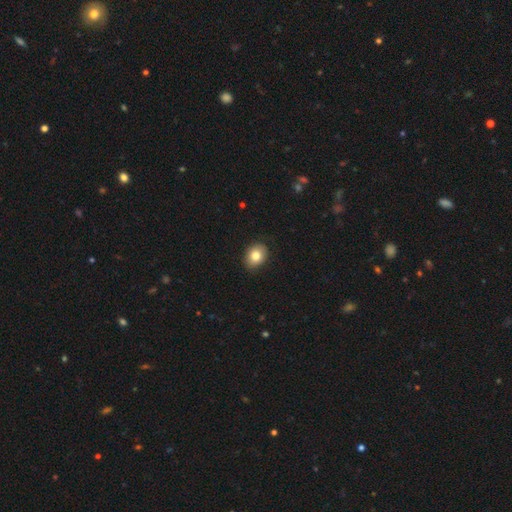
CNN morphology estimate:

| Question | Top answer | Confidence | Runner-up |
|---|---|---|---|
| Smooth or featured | smooth | 82% | featured or disk (9%) |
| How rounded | in between | 58% | round (41%) |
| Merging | none | 86% | minor disturbance (11%) |